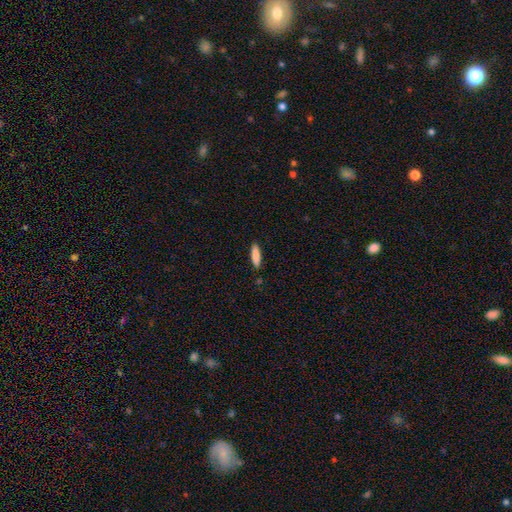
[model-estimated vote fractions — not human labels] Smooth or featured? smooth (87%)
How rounded? cigar-shaped (71%)
Merging? none (87%)